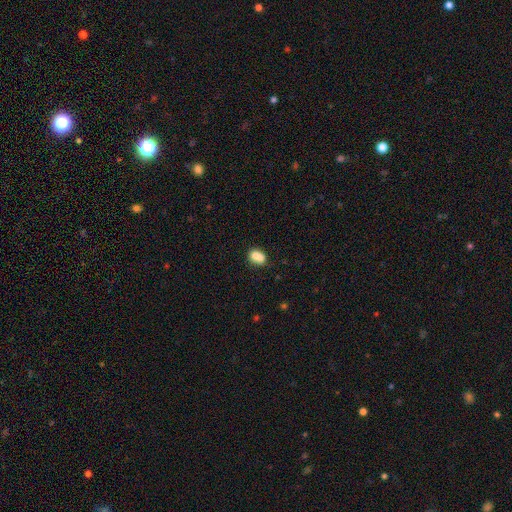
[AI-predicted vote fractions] smooth 73%, featured or disk 17%, star or artifact 10%. Down the decision tree: how rounded — in between (50%); merging — merger (50%).